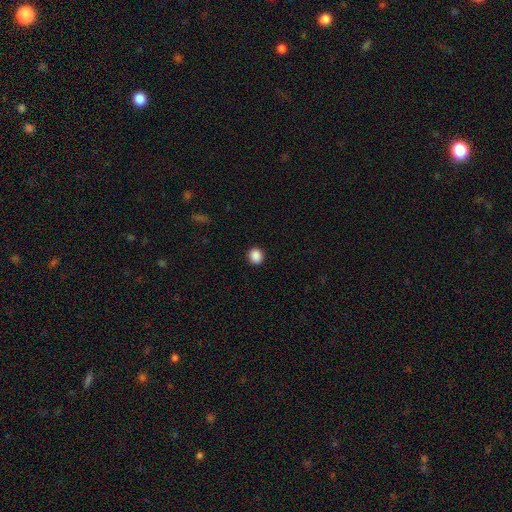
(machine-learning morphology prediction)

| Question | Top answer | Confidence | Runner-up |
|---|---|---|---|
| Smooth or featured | smooth | 89% | star or artifact (9%) |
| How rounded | round | 85% | in between (14%) |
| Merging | none | 92% | minor disturbance (5%) |